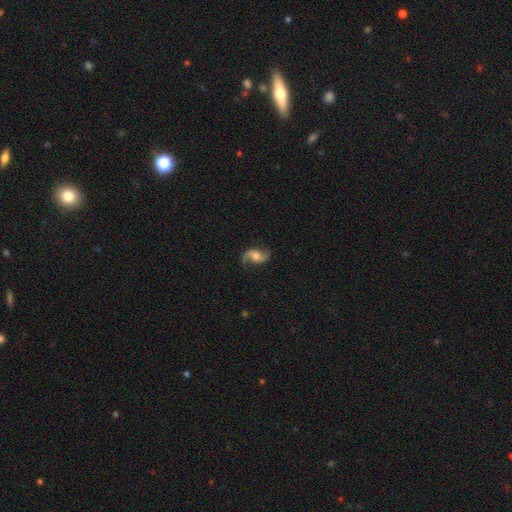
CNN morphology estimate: Overall: featured or disk (80%). Edge-on disk: no (97%). Bar: no (58%; weak 34%). Spiral arms: yes (95%). Spiral arm count: 2 (87%). Spiral winding: loose (65%; medium 28%). Bulge size: moderate (53%; large 21%). Merging: none (73%).